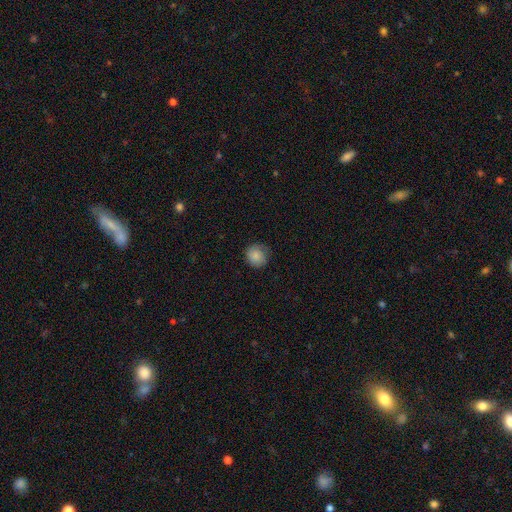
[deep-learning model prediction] This appears to be a smooth galaxy with no disk features (84%) that is round (88%). Merging: none (77%).